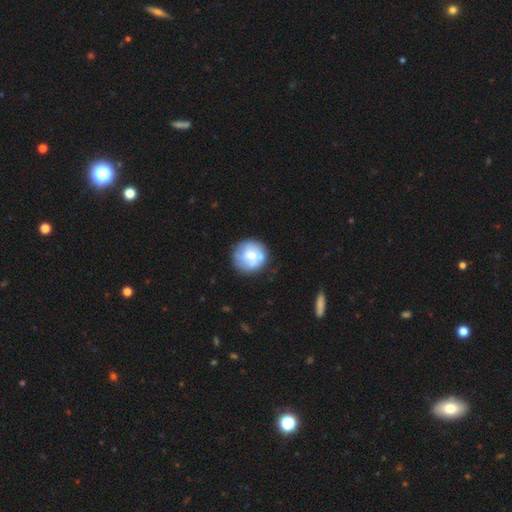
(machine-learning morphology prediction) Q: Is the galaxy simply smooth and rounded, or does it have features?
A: smooth — 54%.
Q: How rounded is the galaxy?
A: round — 91%.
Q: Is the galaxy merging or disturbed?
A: none — 71%.